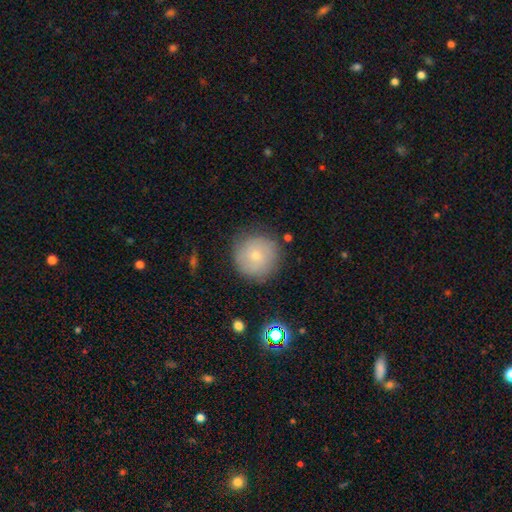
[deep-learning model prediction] Smooth or featured? smooth (65%)
How rounded? round (94%)
Merging? none (80%)